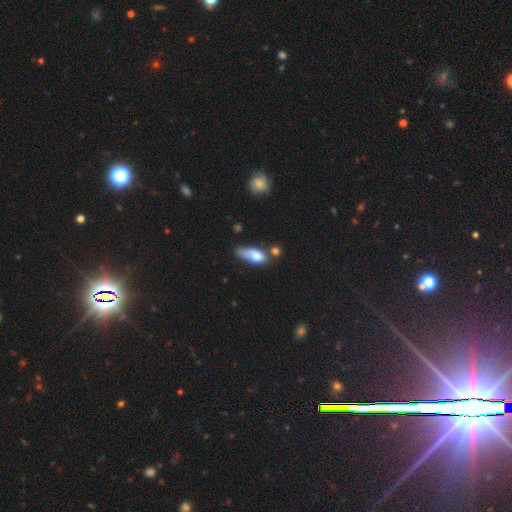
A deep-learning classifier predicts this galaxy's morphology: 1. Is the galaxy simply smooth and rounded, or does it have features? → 70% smooth, 22% featured or disk, 8% star or artifact.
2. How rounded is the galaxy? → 73% in between, 21% cigar-shaped, 6% round.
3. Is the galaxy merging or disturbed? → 30% minor disturbance, 28% none, 21% major disturbance, 21% merger.